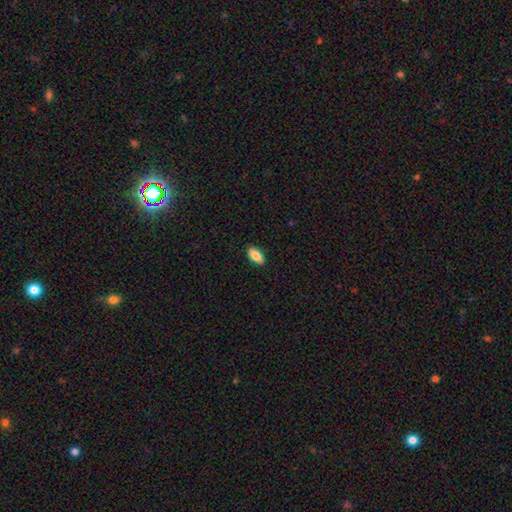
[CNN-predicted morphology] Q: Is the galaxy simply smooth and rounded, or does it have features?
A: smooth — 85%.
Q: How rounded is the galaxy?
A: in between — 91%.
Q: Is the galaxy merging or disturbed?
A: none — 90%.